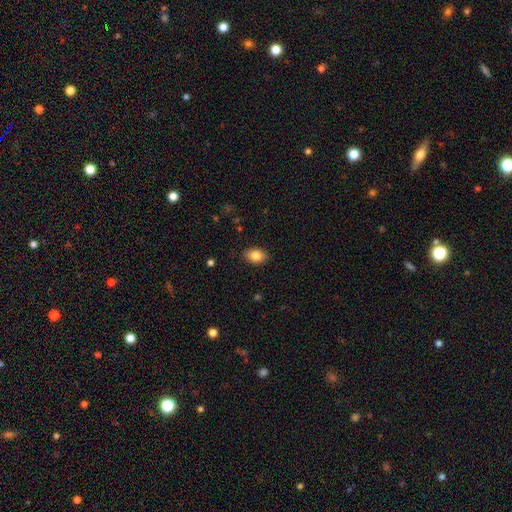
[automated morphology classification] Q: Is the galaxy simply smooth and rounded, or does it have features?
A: smooth — 84%.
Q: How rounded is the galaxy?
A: in between — 82%.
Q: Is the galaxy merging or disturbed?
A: none — 86%.